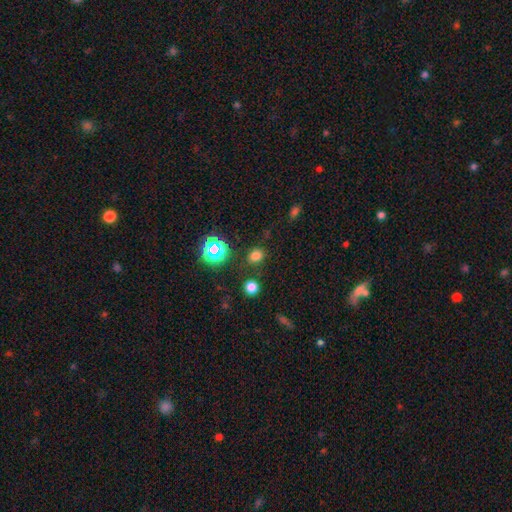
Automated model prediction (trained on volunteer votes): This appears to be a smooth galaxy with no disk features (71%) that is round (56%). Merging: none (81%).